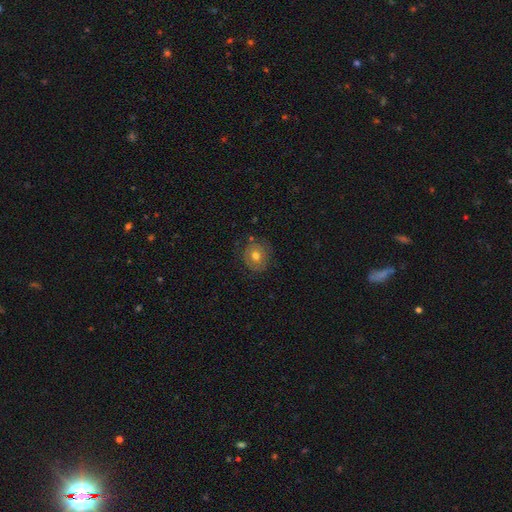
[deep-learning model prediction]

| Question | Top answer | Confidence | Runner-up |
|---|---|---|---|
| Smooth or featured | smooth | 61% | featured or disk (29%) |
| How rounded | round | 83% | in between (16%) |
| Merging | none | 77% | minor disturbance (15%) |